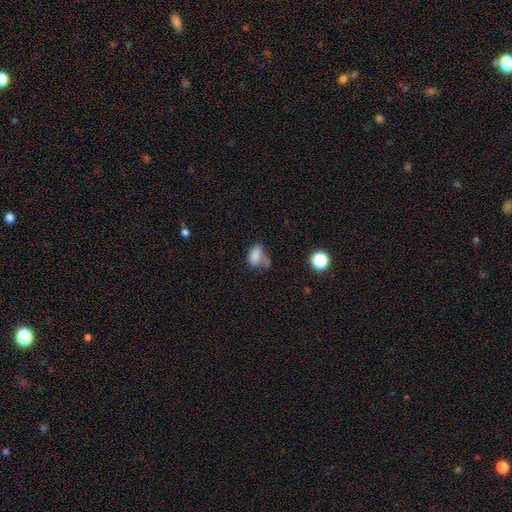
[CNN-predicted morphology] Smooth or featured: smooth — 80% (star or artifact — 11%)
How rounded: in between — 87% (round — 11%)
Merging: none — 36% (minor disturbance — 29%)